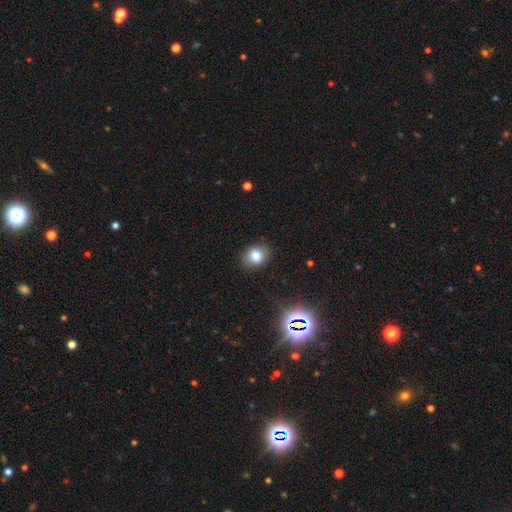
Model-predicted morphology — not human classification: A smooth galaxy with no disk features (79%) that is round (50%).

Vote fractions:
- Smooth or featured? smooth: 79% / star or artifact: 12% / featured or disk: 9%
- How rounded? round: 50% / in between: 49% / cigar-shaped: 1%
- Merging? none: 83% / minor disturbance: 12% / major disturbance: 3% / merger: 1%